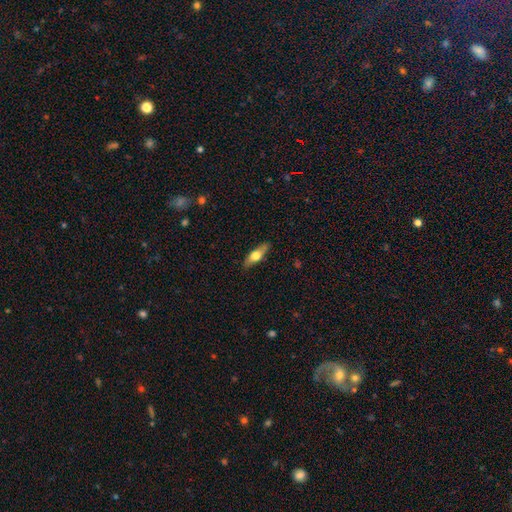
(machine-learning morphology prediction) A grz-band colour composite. It shows a smooth galaxy with no disk features (51%) that is cigar-shaped (52%). Merging: none (86%).